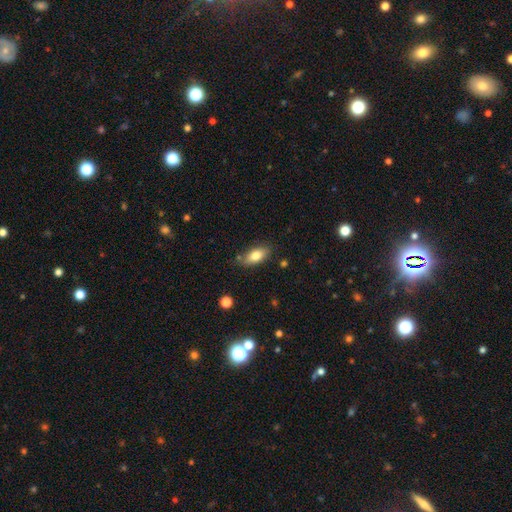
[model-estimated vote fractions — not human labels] smooth_or_featured: smooth (p=0.79) [alt: featured or disk p=0.14]
how_rounded: in between (p=0.87) [alt: cigar-shaped p=0.09]
merging: none (p=0.76) [alt: minor disturbance p=0.17]